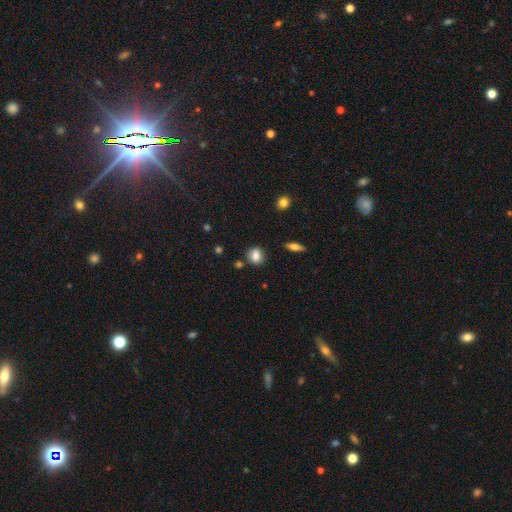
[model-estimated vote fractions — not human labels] smooth_or_featured: smooth (p=0.83) [alt: star or artifact p=0.09]
how_rounded: round (p=0.67) [alt: in between p=0.31]
merging: none (p=0.80) [alt: minor disturbance p=0.12]